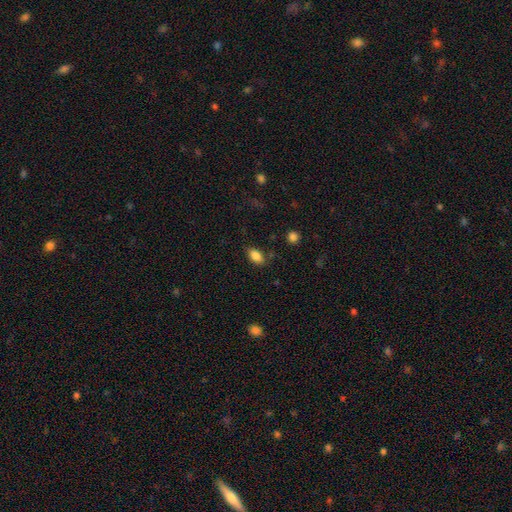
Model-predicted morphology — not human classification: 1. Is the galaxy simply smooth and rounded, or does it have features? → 86% smooth, 9% star or artifact, 6% featured or disk.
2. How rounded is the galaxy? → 90% in between, 7% round, 4% cigar-shaped.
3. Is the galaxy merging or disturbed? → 80% none, 15% minor disturbance, 3% major disturbance, 2% merger.